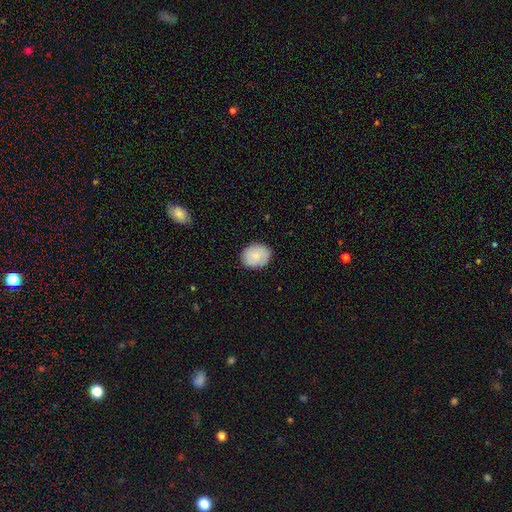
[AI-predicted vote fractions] smooth 82%, featured or disk 12%, star or artifact 6%. Down the decision tree: how rounded — in between (52%); merging — none (85%).